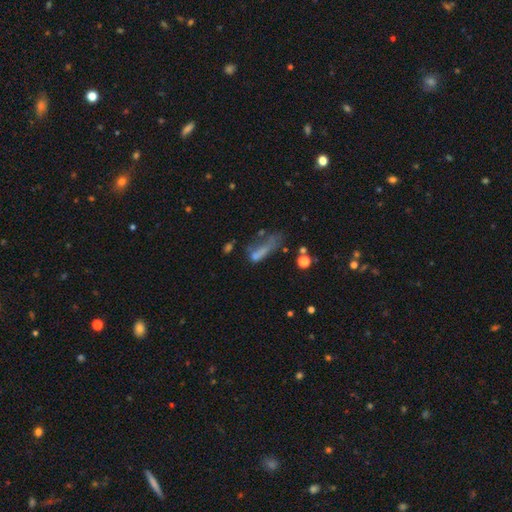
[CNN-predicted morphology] Smooth or featured: smooth — 50% (featured or disk — 29%)
Merging: major disturbance — 45% (none — 25%)